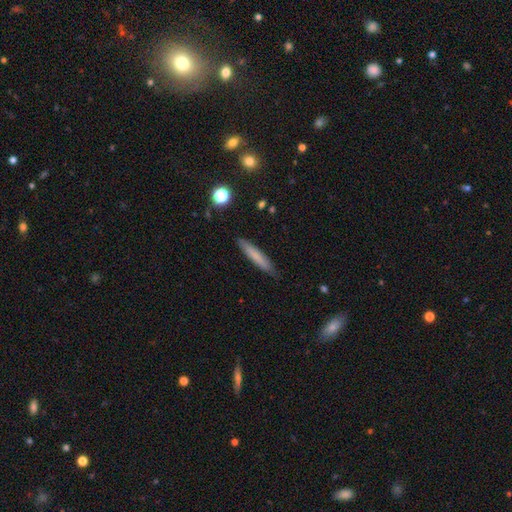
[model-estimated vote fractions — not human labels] Overall: smooth (73%). How rounded: cigar-shaped (92%). Merging: none (86%).